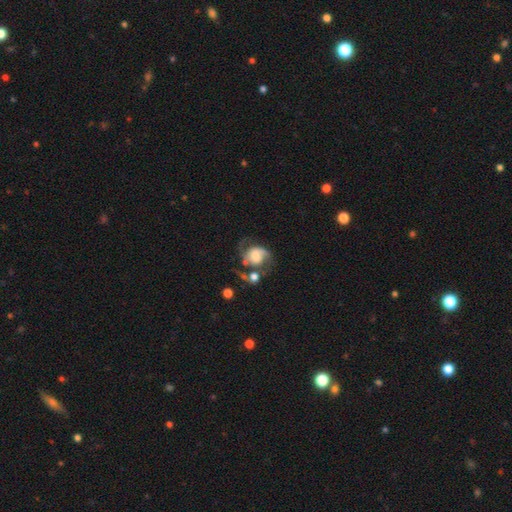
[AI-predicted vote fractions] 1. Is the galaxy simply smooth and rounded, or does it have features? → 71% featured or disk, 21% smooth, 8% star or artifact.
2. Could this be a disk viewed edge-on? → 98% no, 2% yes.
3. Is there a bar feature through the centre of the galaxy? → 62% no, 30% weak, 8% strong.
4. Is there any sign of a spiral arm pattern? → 92% yes, 8% no.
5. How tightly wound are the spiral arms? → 47% medium, 33% loose, 20% tight.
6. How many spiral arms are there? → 77% 2, 10% 1, 7% can't tell, 4% 3, 1% 4, 1% more than 4.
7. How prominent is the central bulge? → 29% large, 23% moderate, 20% small, 19% none, 9% dominant.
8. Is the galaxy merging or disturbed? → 39% none, 25% major disturbance, 19% minor disturbance, 17% merger.